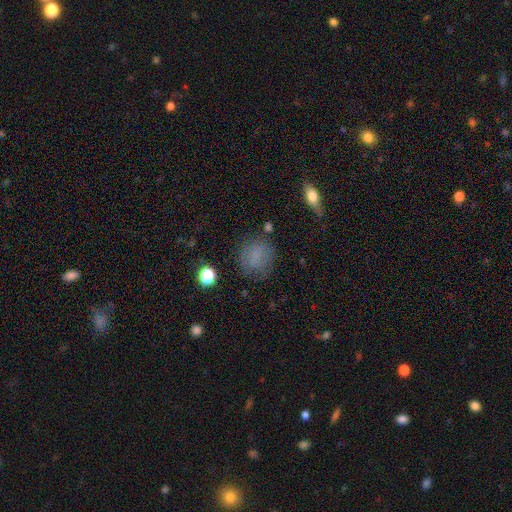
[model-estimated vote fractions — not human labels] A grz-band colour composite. It shows a smooth galaxy with no disk features (73%) that is round (76%). Merging: none (72%).